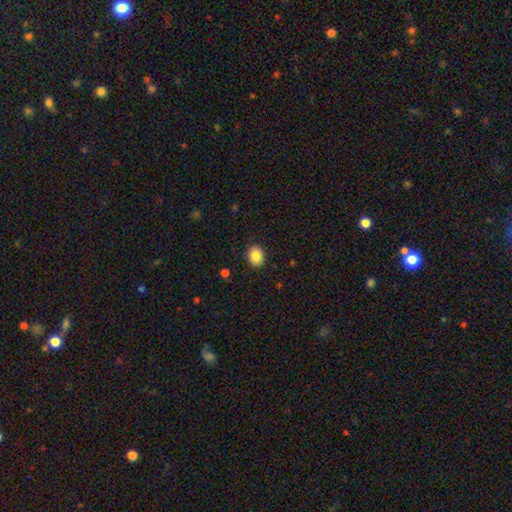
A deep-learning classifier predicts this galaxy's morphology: Q: Smooth or featured?
A: smooth (85%); runner-up: star or artifact (9%)
Q: How rounded?
A: in between (53%); runner-up: round (46%)
Q: Merging?
A: none (88%); runner-up: minor disturbance (9%)